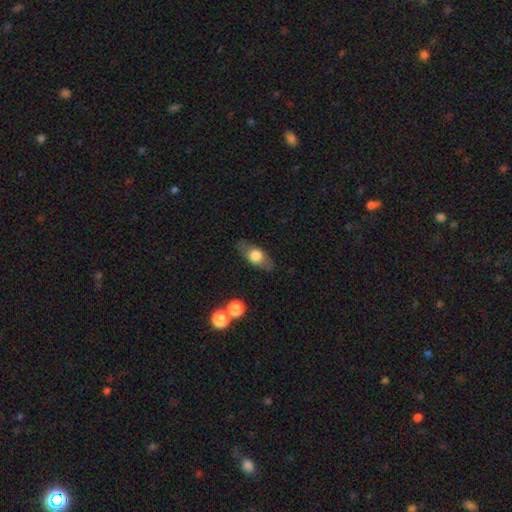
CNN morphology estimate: Smooth or featured? smooth (59%)
How rounded? in between (74%)
Merging? none (81%)